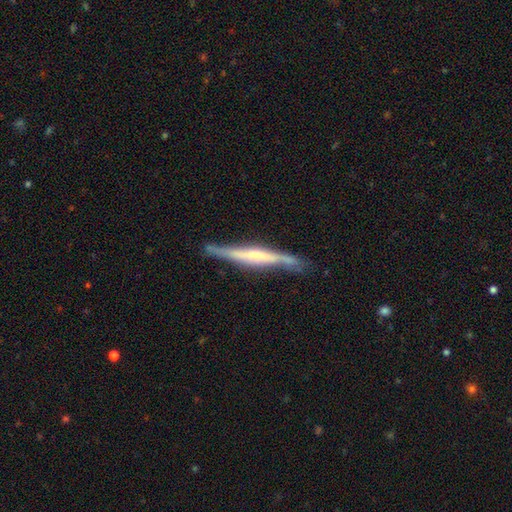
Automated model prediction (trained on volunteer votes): Smooth or featured: featured or disk — 71% (smooth — 23%)
Edge-on disk: yes — 91% (no — 9%)
Edge-on bulge: none — 34% (tied with boxy — 34%)
Merging: none — 72% (minor disturbance — 21%)